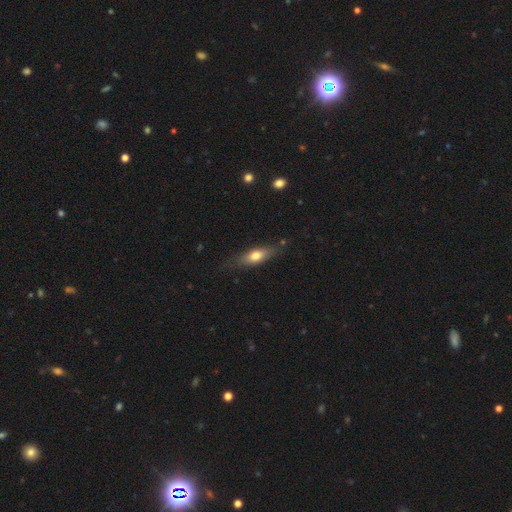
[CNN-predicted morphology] A smooth galaxy with no disk features (66%) that is in between round and cigar-shaped (56%).

Vote fractions:
- Smooth or featured? smooth: 66% / featured or disk: 28% / star or artifact: 7%
- How rounded? in between: 56% / cigar-shaped: 41% / round: 3%
- Merging? none: 74% / minor disturbance: 19% / major disturbance: 5% / merger: 2%